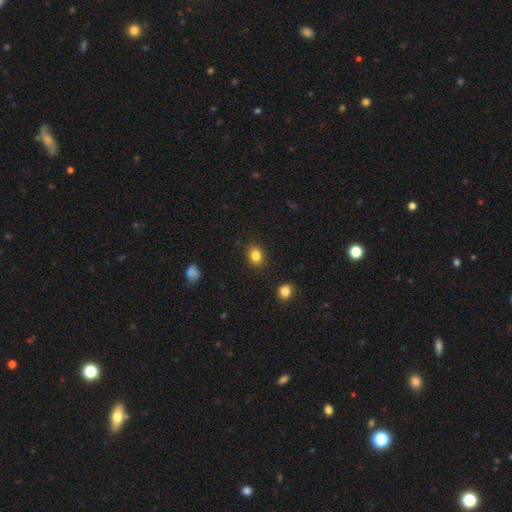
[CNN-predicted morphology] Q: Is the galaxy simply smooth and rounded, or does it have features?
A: smooth — 84%.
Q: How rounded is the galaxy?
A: in between — 57%.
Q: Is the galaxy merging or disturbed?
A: none — 88%.